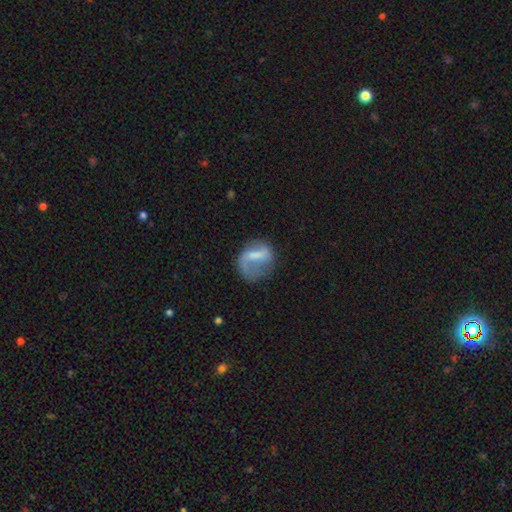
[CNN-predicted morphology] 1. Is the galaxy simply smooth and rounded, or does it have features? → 51% featured or disk, 40% smooth, 9% star or artifact.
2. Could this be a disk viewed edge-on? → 96% no, 4% yes.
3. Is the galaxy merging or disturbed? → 42% none, 31% major disturbance, 24% minor disturbance, 3% merger.